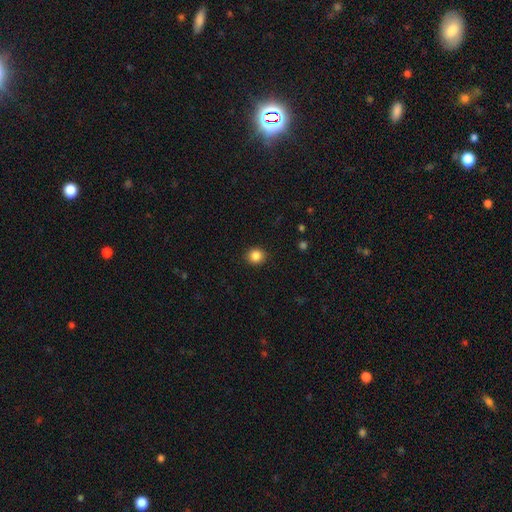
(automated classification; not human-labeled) Overall: smooth (86%). How rounded: round (88%). Merging: none (91%).